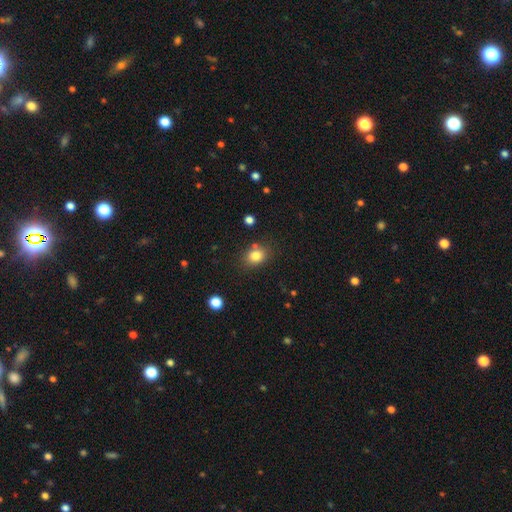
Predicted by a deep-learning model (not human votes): Overall: smooth (81%). How rounded: in between (51%; round 48%). Merging: none (76%).